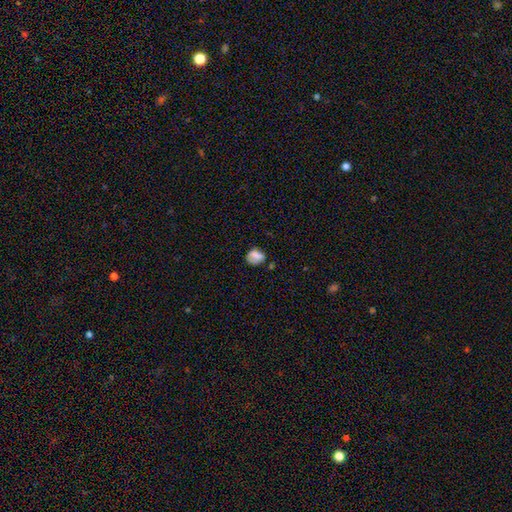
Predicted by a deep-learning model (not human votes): Smooth or featured: smooth — 75% (featured or disk — 13%)
How rounded: in between — 50% (round — 48%)
Merging: none — 58% (minor disturbance — 27%)